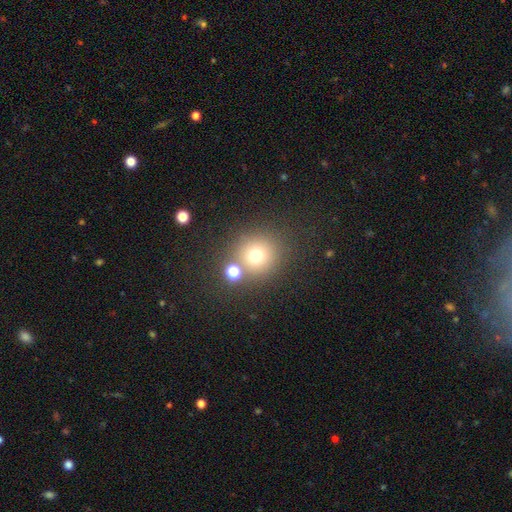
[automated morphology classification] Smooth or featured: smooth — 71% (star or artifact — 19%)
How rounded: round — 93% (in between — 6%)
Merging: none — 74% (merger — 13%)